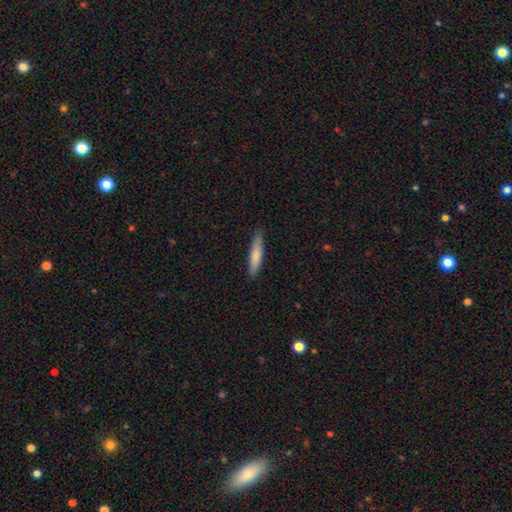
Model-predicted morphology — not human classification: Q: Smooth or featured?
A: smooth (75%); runner-up: featured or disk (20%)
Q: How rounded?
A: cigar-shaped (85%); runner-up: in between (13%)
Q: Merging?
A: none (86%); runner-up: minor disturbance (11%)